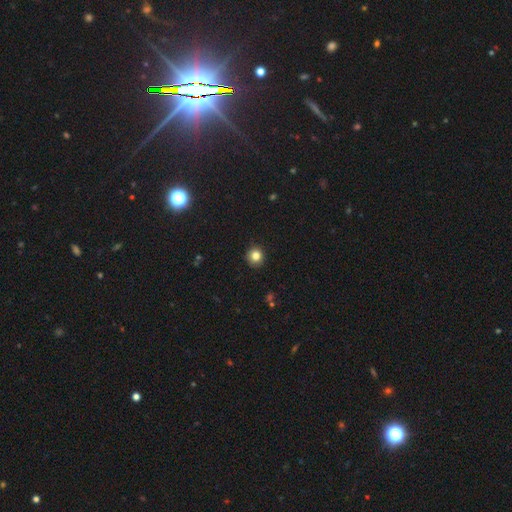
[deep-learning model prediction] Q: Smooth or featured?
A: smooth (82%); runner-up: star or artifact (12%)
Q: How rounded?
A: round (92%); runner-up: in between (7%)
Q: Merging?
A: none (91%); runner-up: minor disturbance (6%)